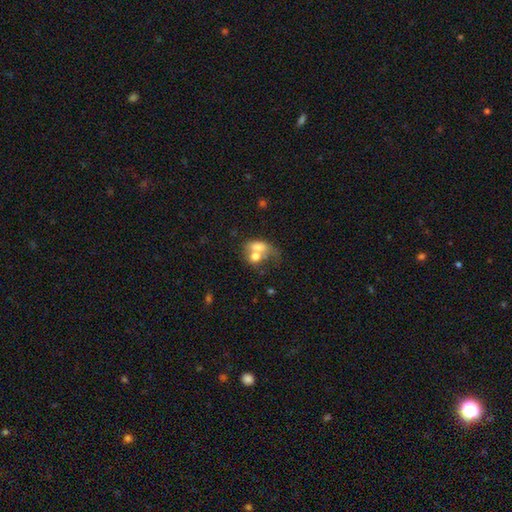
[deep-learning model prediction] A smooth galaxy with no disk features (66%) that is in between round and cigar-shaped (70%). Merging: merger (65%).